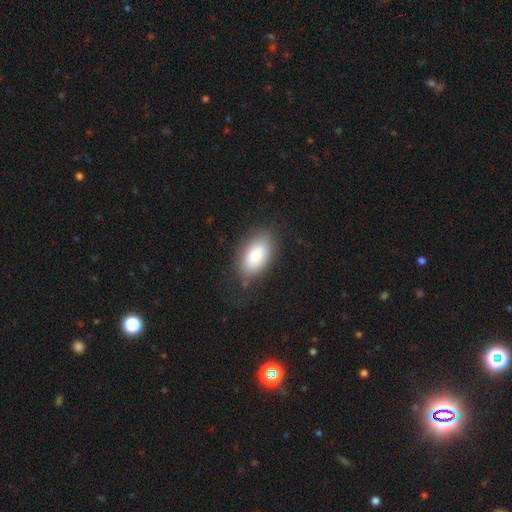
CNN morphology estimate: Smooth or featured? smooth (79%)
How rounded? in between (93%)
Merging? none (72%)